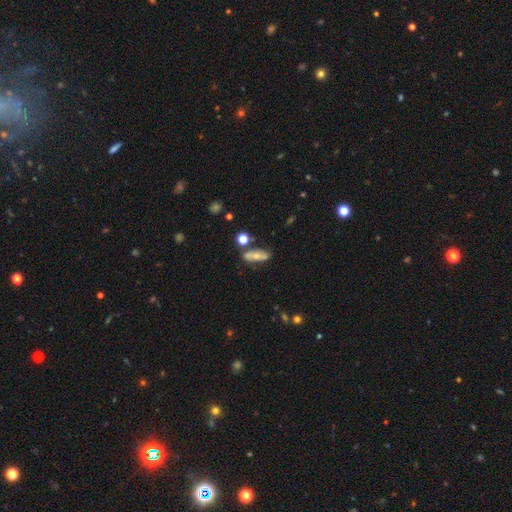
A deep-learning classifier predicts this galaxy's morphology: This appears to be a smooth galaxy with no disk features (55%) that is in between round and cigar-shaped (59%). Merging: none (67%).